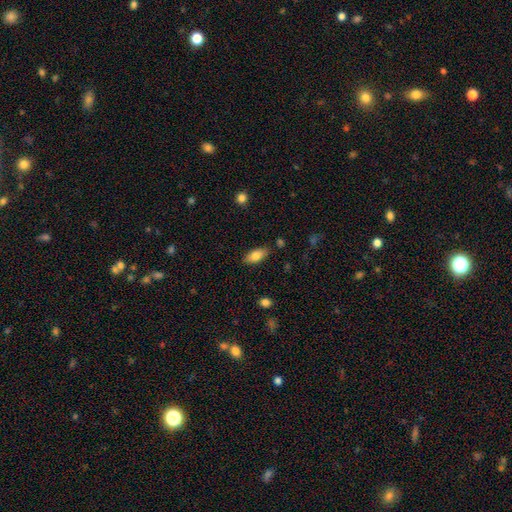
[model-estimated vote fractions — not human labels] This is clearly a smooth galaxy (80%). How rounded: clearly in between (86%). Merging: clearly none (83%).